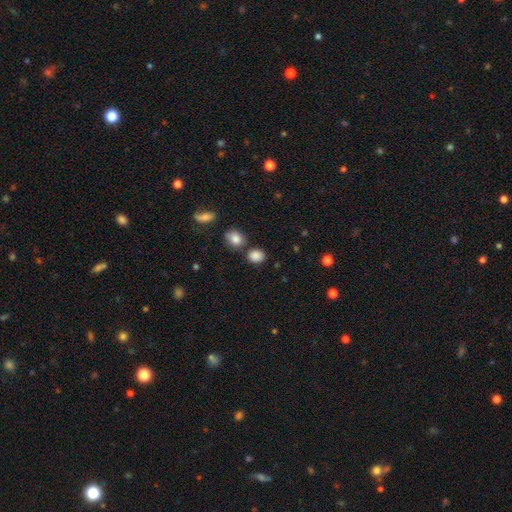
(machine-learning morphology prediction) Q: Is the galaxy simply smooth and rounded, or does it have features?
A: smooth — 86%.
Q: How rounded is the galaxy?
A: in between — 50%.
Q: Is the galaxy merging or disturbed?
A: none — 74%.